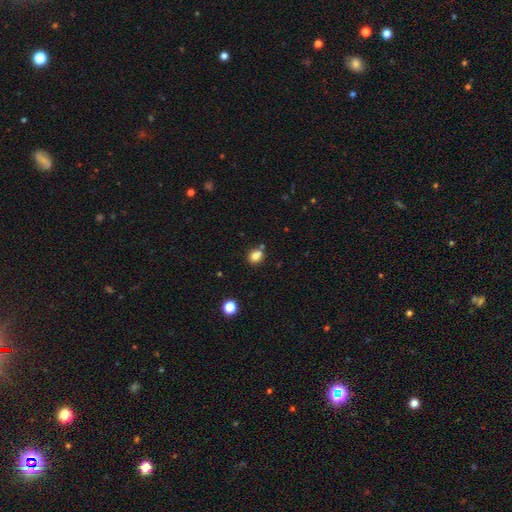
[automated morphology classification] Smooth or featured? smooth (79%)
How rounded? round (65%)
Merging? none (62%)